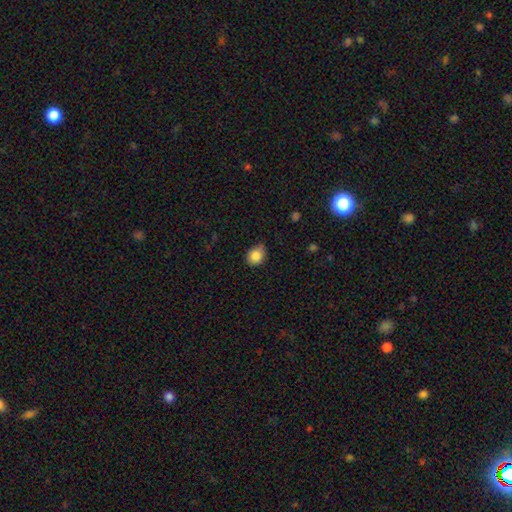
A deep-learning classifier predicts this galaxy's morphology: Smooth or featured? smooth (84%)
How rounded? round (51%)
Merging? none (71%)